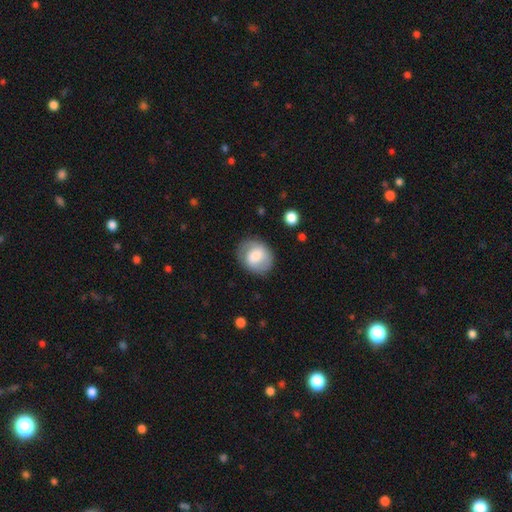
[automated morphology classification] smooth-or-featured: smooth: 67% | featured or disk: 26% | star or artifact: 7%
  how-rounded: round: 62% | in between: 38% | cigar-shaped: 1%
  merging: none: 79% | minor disturbance: 15% | major disturbance: 5% | merger: 1%